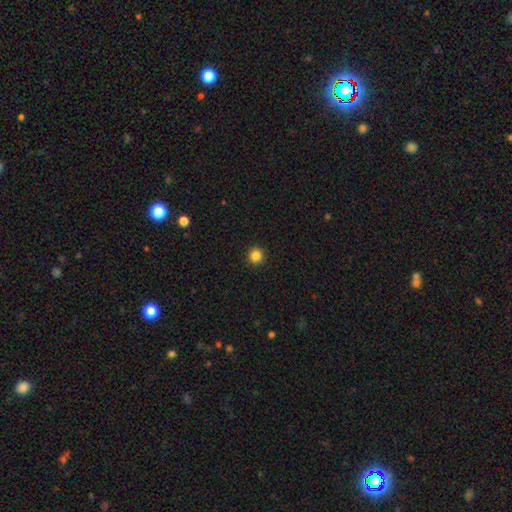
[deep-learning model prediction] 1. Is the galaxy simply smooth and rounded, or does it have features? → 85% smooth, 11% star or artifact, 4% featured or disk.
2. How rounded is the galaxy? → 96% round, 3% in between, 1% cigar-shaped.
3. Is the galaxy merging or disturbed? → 94% none, 4% minor disturbance, 1% major disturbance, 1% merger.